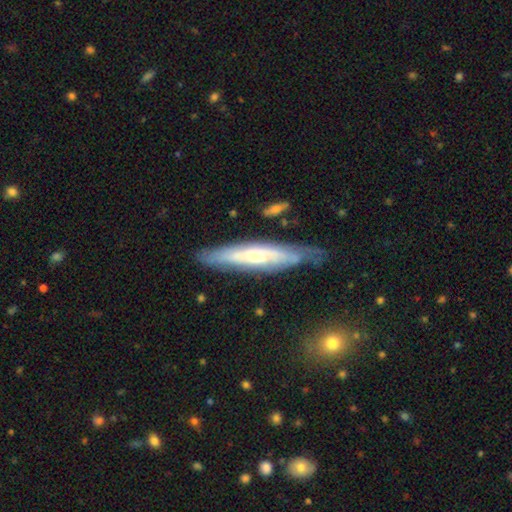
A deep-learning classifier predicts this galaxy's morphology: This appears to be a featured or disk galaxy (67%) viewed edge-on (63%). Merging: none (71%).